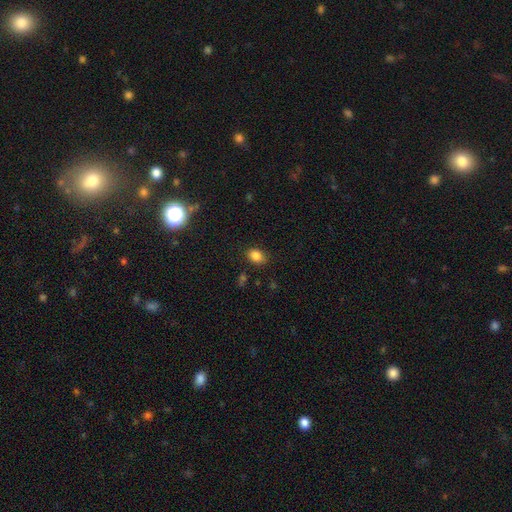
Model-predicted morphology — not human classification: This is clearly a smooth galaxy (84%). How rounded: likely in between (70%). Merging: clearly none (83%).